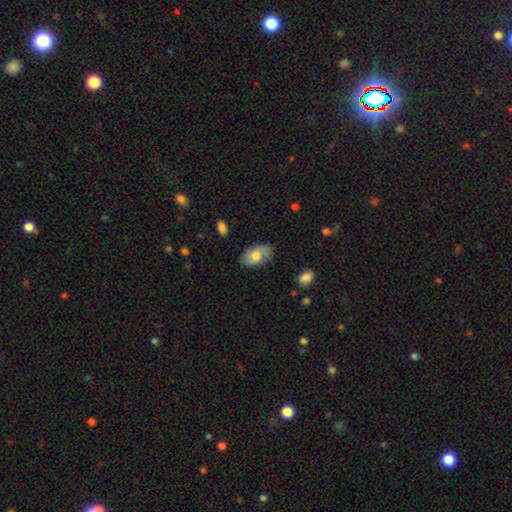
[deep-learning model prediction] The model was most divided on "smooth or featured": smooth: 56%, featured or disk: 37%, star or artifact: 7%. More confident: how rounded — in between (92%); merging — none (68%).